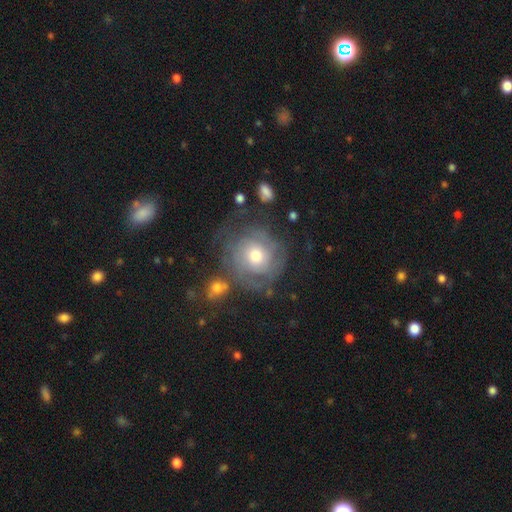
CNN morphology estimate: This is likely a featured or disk galaxy (61%). It is clearly not viewed edge-on (97%). Bar: clearly no (81%). Spiral arm pattern: likely yes (78%). Central bulge: likely moderate (68%). Merging: likely none (62%).